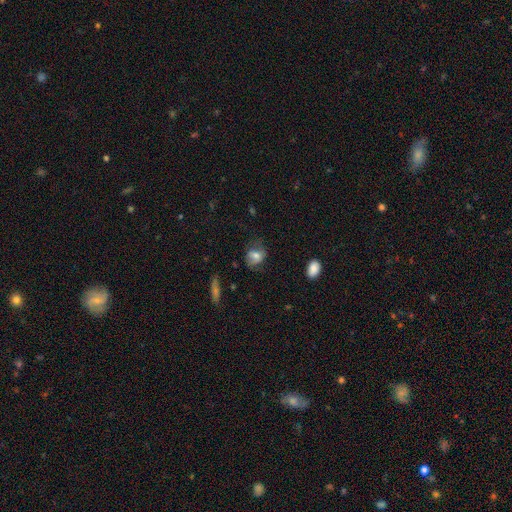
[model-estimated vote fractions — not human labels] A smooth galaxy with no disk features (63%) that is in between round and cigar-shaped (54%). Merging: none (58%).